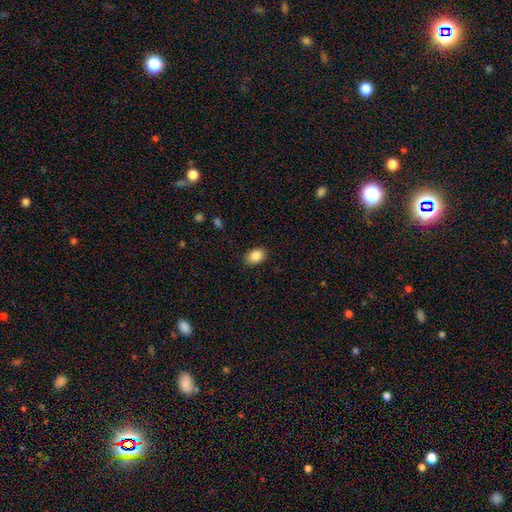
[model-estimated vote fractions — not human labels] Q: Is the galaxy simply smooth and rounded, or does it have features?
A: smooth — 88%.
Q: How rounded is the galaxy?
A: in between — 79%.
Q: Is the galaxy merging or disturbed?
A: none — 88%.